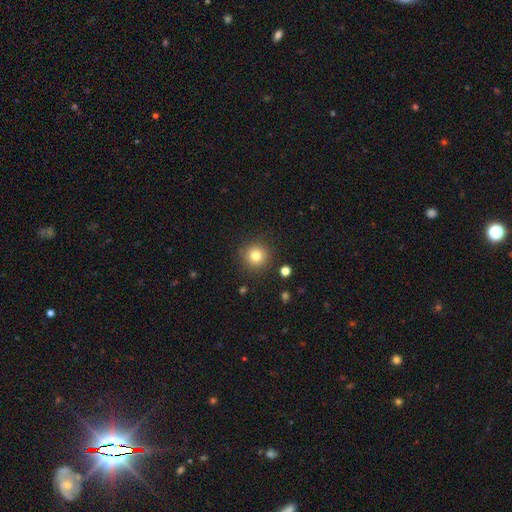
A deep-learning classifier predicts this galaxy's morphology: Smooth or featured? smooth (81%)
How rounded? round (94%)
Merging? none (88%)